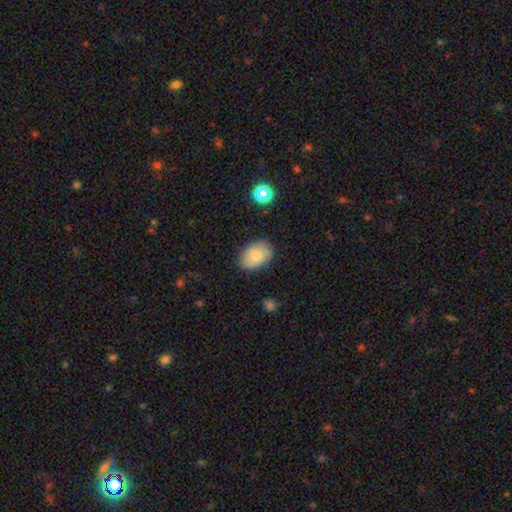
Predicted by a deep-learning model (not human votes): This is likely a smooth galaxy (80%). How rounded: clearly in between (85%). Merging: clearly none (80%).